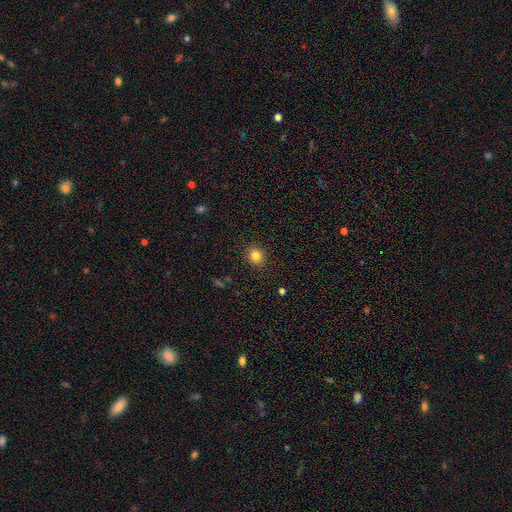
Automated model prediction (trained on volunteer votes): smooth_or_featured: smooth (p=0.82) [alt: star or artifact p=0.12]
how_rounded: round (p=0.82) [alt: in between p=0.17]
merging: none (p=0.90) [alt: minor disturbance p=0.07]